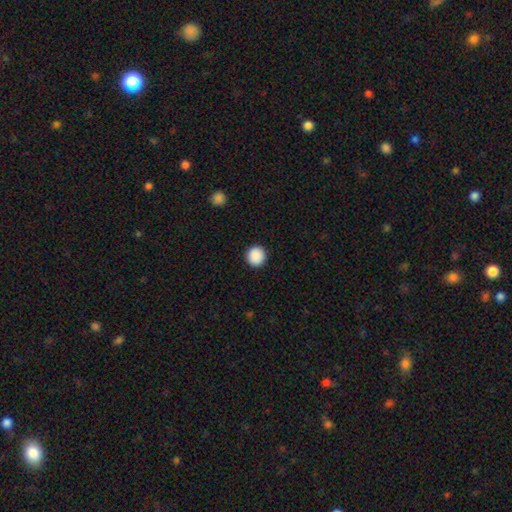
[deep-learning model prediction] This appears to be a smooth galaxy with no disk features (90%) that is round (94%). Merging: none (93%).